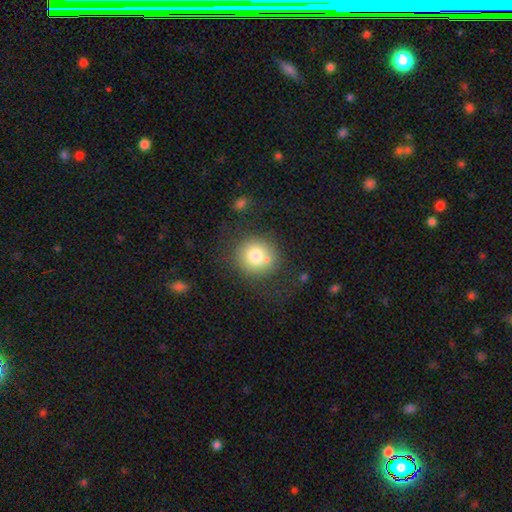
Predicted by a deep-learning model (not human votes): This appears to be a smooth galaxy with no disk features (74%) that is round (90%). Merging: none (67%).